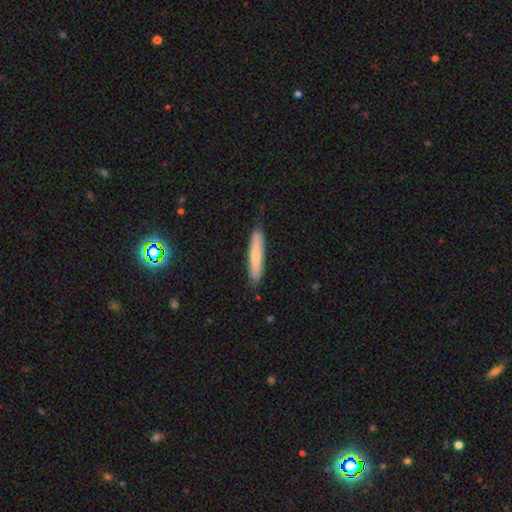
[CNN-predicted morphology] The model was most divided on "smooth or featured": smooth: 67%, featured or disk: 27%, star or artifact: 6%. More confident: how rounded — cigar-shaped (88%); merging — none (83%).